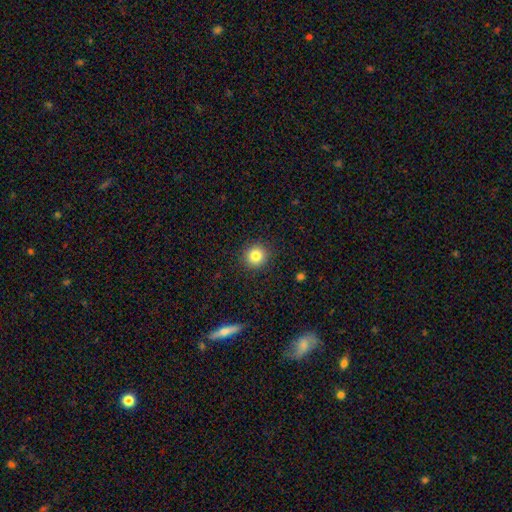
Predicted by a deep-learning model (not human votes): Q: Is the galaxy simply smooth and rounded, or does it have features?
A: smooth — 82%.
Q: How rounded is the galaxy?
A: round — 92%.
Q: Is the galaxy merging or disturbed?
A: none — 91%.